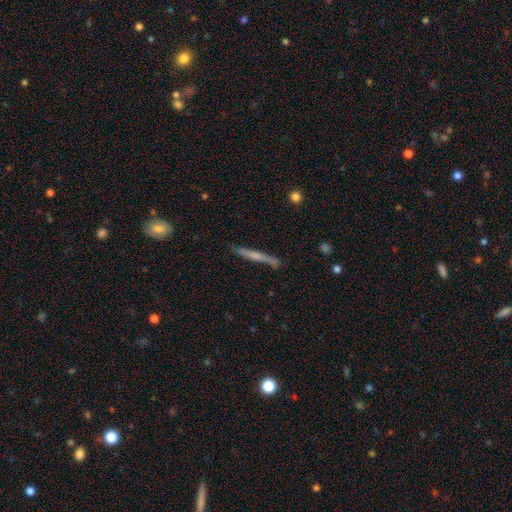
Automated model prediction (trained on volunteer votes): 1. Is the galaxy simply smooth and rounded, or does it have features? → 55% featured or disk, 38% smooth, 7% star or artifact.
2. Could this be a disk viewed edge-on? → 95% yes, 5% no.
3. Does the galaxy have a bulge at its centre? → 45% none, 42% rounded, 13% boxy.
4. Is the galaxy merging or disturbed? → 83% none, 13% minor disturbance, 2% major disturbance, 2% merger.